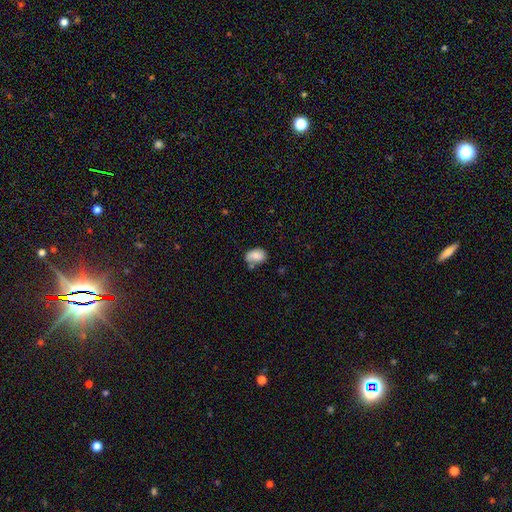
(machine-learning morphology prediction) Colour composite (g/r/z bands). It shows a smooth galaxy with no disk features (77%) that is in between round and cigar-shaped (80%). Merging: none (49%).